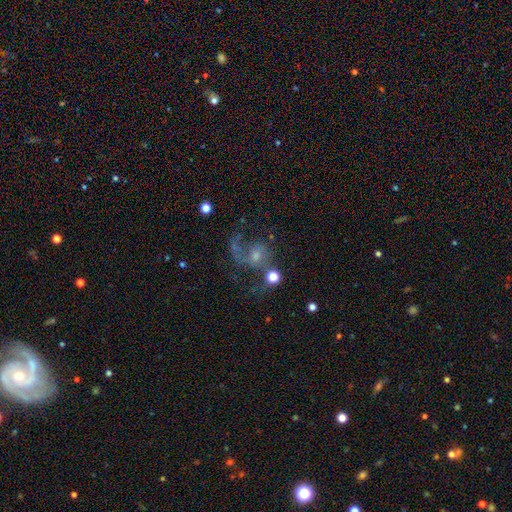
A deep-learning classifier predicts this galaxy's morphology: Smooth or featured? Predicted: featured or disk (p=0.71). Edge-on disk? Predicted: no (p=0.98). Bar? Predicted: no (p=0.70). Spiral arms? Predicted: yes (p=0.87). Spiral winding? Predicted: loose (p=0.48). Spiral arm count? Predicted: 2 (p=0.48). Bulge size? Predicted: small (p=0.50). Merging? Predicted: none (p=0.40).